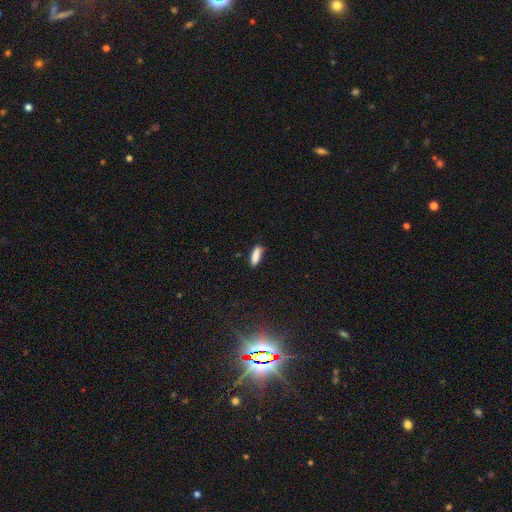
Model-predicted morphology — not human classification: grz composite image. It shows a smooth galaxy with no disk features (86%) that is in between round and cigar-shaped (53%). Merging: none (75%).